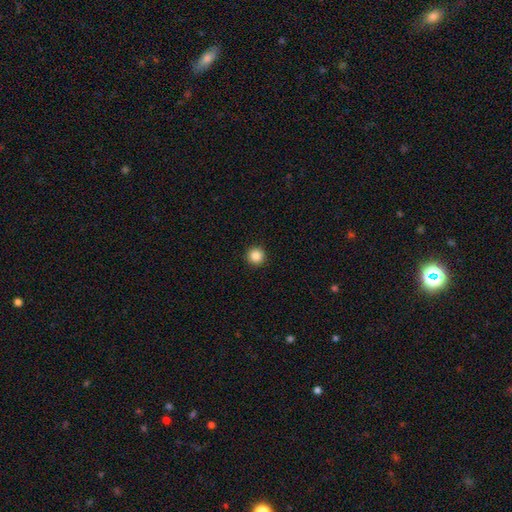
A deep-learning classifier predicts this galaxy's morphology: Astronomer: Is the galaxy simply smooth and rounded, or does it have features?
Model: smooth — 87%.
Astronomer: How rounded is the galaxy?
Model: round — 96%.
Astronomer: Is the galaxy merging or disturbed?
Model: none — 93%.